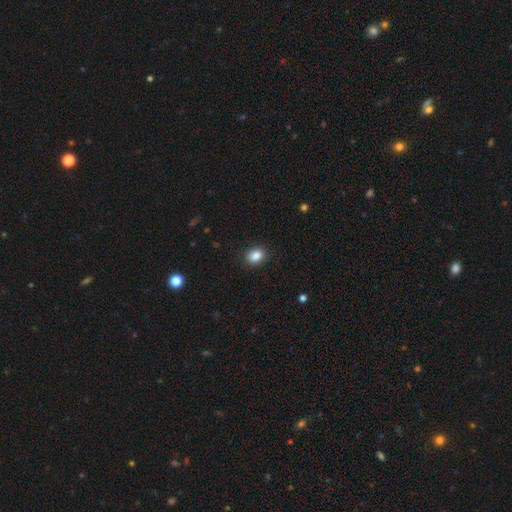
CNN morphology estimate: smooth_or_featured: smooth (p=0.87) [alt: star or artifact p=0.09]
how_rounded: in between (p=0.59) [alt: round p=0.40]
merging: none (p=0.89) [alt: minor disturbance p=0.07]